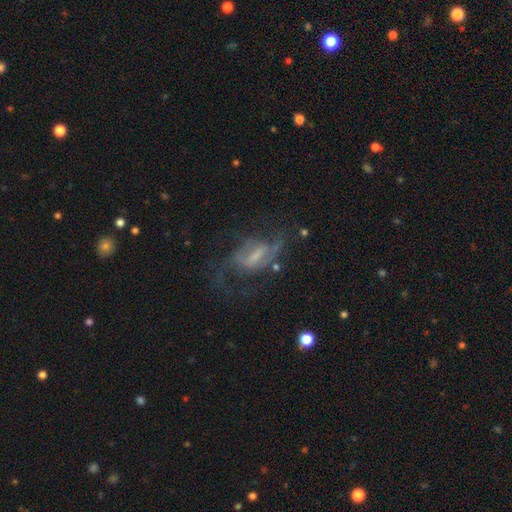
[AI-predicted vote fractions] Morphology: type=featured or disk (72%); edge-on=no (93%); bar=weak (45%); spiral arms=yes (76%); winding=medium (44%); arm count=2 (57%); bulge=small (39%); merging=none (42%).